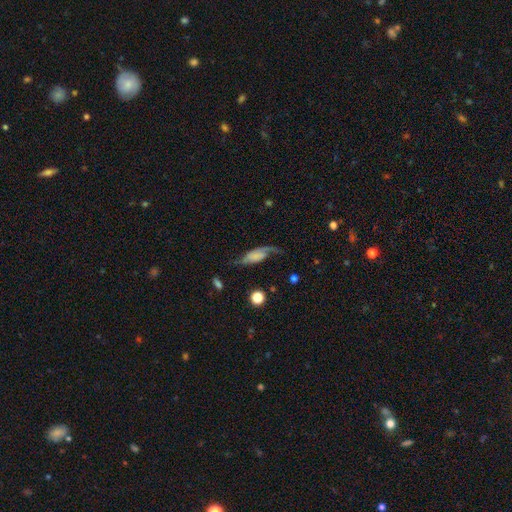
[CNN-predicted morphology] Smooth or featured? featured or disk (68%)
Edge-on disk? no (89%)
Bar? no (56%)
Spiral arms? yes (91%)
Spiral winding? loose (69%)
Spiral arm count? 2 (82%)
Bulge size? none (57%)
Merging? none (53%)